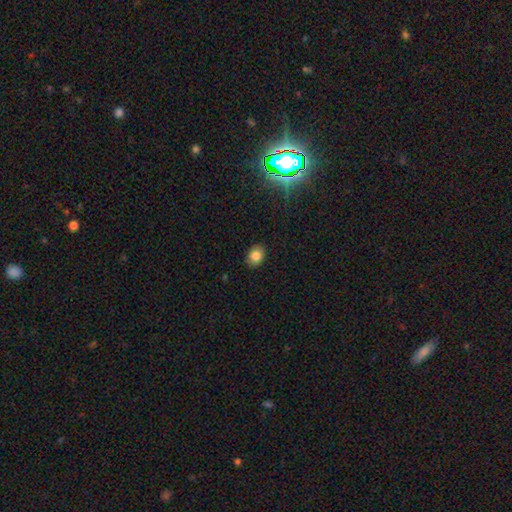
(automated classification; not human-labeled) The model was most divided on "how rounded": in between: 62%, round: 37%, cigar-shaped: 1%. More confident: merging — none (88%); smooth or featured — smooth (82%).